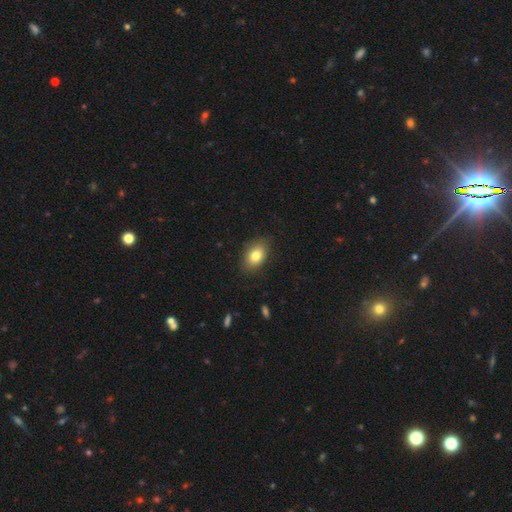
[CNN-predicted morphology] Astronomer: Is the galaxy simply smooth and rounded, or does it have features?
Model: smooth — 81%.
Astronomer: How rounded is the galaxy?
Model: in between — 82%.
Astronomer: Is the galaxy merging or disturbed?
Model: none — 85%.